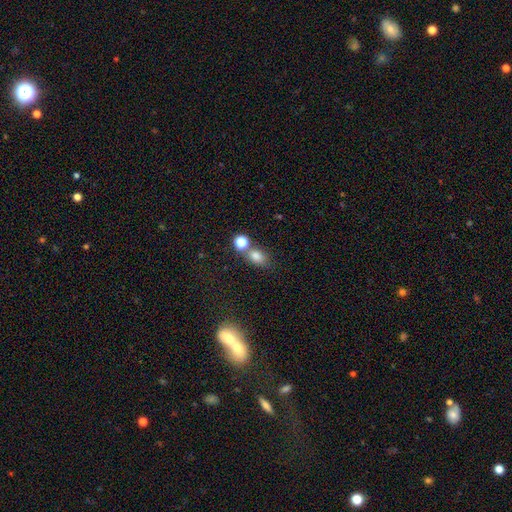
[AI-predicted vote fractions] Overall: smooth (77%). How rounded: in between (64%; round 33%). Merging: none (54%; merger 28%).